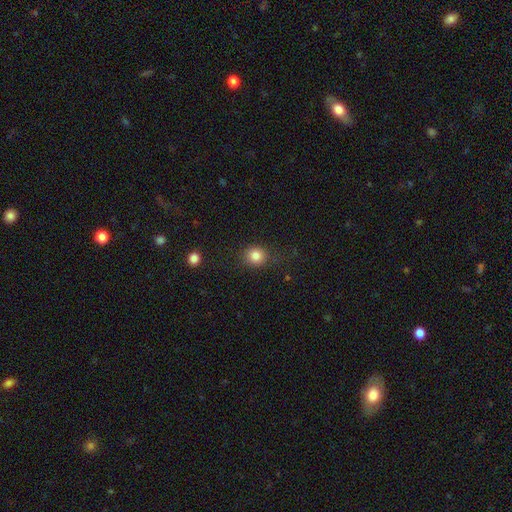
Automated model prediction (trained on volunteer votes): smooth_or_featured: smooth (p=0.83) [alt: star or artifact p=0.11]
how_rounded: round (p=0.84) [alt: in between p=0.15]
merging: none (p=0.82) [alt: minor disturbance p=0.12]